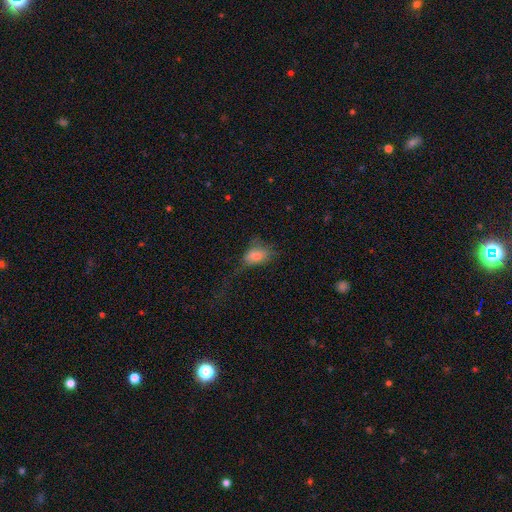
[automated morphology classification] This appears to be a smooth galaxy with no disk features (73%) that is in between round and cigar-shaped (86%). Merging: major disturbance (52%).